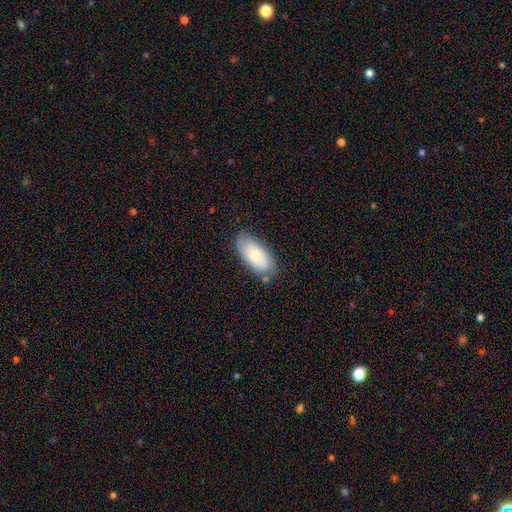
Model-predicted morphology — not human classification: Q: Smooth or featured?
A: smooth (70%); runner-up: featured or disk (24%)
Q: How rounded?
A: in between (92%); runner-up: cigar-shaped (5%)
Q: Merging?
A: none (73%); runner-up: minor disturbance (19%)